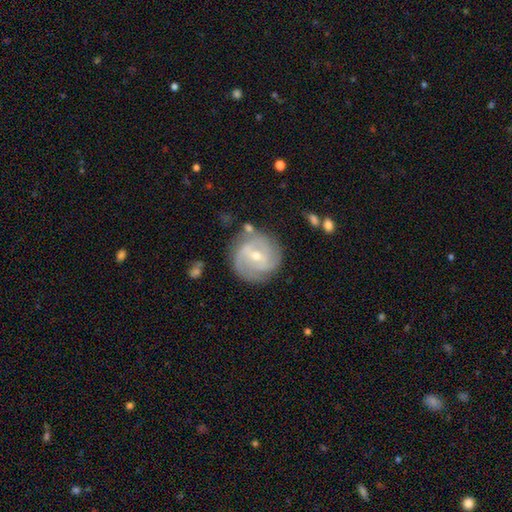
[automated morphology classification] Q: Smooth or featured?
A: featured or disk (80%); runner-up: smooth (13%)
Q: Edge-on disk?
A: no (97%); runner-up: yes (3%)
Q: Bar?
A: weak (49%); runner-up: no (29%)
Q: Spiral arms?
A: yes (92%); runner-up: no (8%)
Q: Spiral winding?
A: tight (48%); runner-up: medium (39%)
Q: Spiral arm count?
A: 2 (42%); runner-up: 3 (23%)
Q: Bulge size?
A: small (52%); runner-up: moderate (45%)
Q: Merging?
A: none (77%); runner-up: minor disturbance (15%)